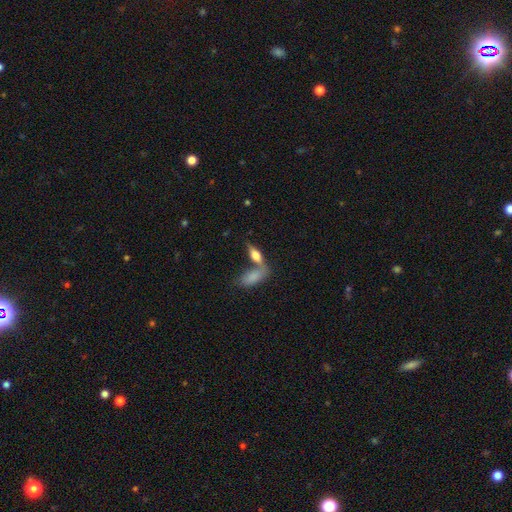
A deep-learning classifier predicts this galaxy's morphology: This is likely a smooth galaxy (64%). How rounded: likely in between (67%). Merging: marginally merger (43%).